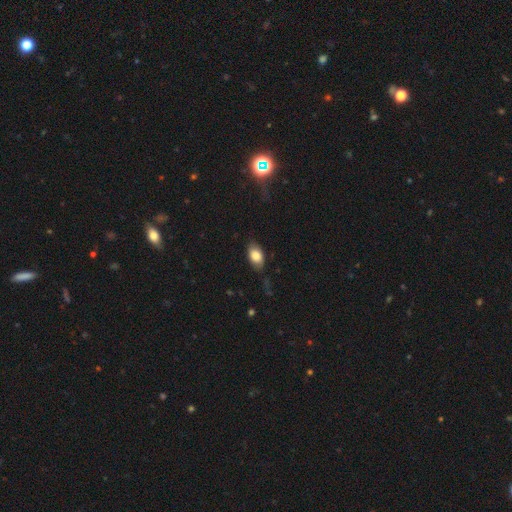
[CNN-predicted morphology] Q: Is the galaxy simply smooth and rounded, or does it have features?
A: smooth — 80%.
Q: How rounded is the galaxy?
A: in between — 91%.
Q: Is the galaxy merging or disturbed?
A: none — 73%.